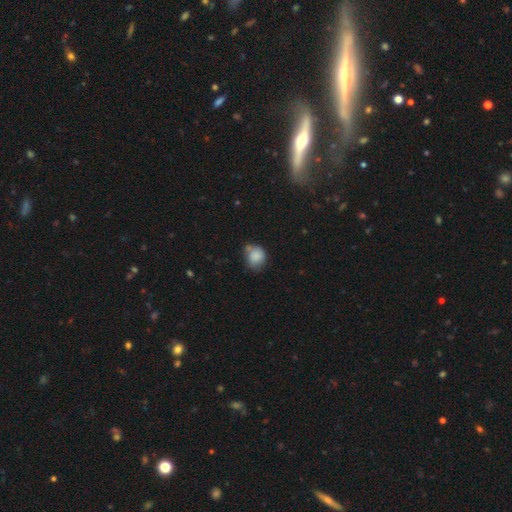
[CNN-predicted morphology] Overall: smooth (85%). How rounded: round (69%; in between 30%). Merging: none (51%; minor disturbance 27%).